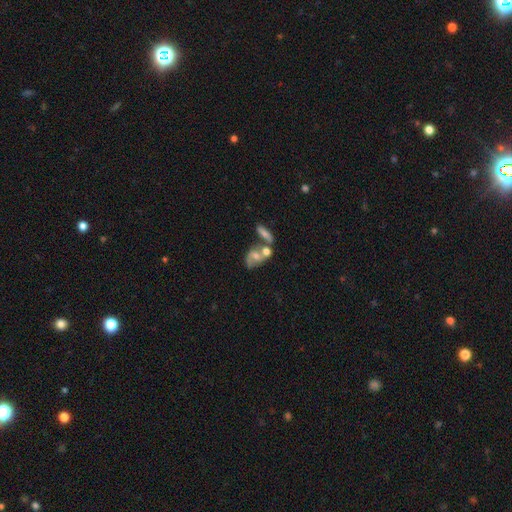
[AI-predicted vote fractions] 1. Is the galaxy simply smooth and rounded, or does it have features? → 56% featured or disk, 30% smooth, 14% star or artifact.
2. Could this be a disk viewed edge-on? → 90% no, 10% yes.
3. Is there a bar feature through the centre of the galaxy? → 73% no, 20% weak, 6% strong.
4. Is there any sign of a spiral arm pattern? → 58% yes, 42% no.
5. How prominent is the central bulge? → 49% moderate, 34% small, 9% none, 5% large, 2% dominant.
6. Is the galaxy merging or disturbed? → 49% merger, 32% none, 11% minor disturbance, 8% major disturbance.